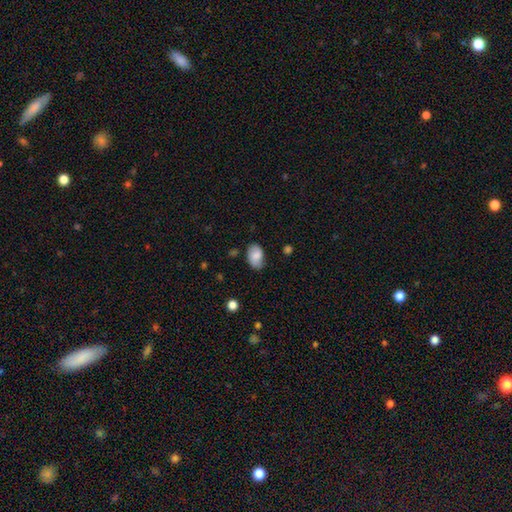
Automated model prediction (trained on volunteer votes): Smooth or featured?
  - smooth: 77% *
  - featured or disk: 15%
  - star or artifact: 7%
How rounded?
  - in between: 89% *
  - round: 10%
  - cigar-shaped: 1%
Merging?
  - none: 68% *
  - minor disturbance: 25%
  - major disturbance: 5%
  - merger: 2%